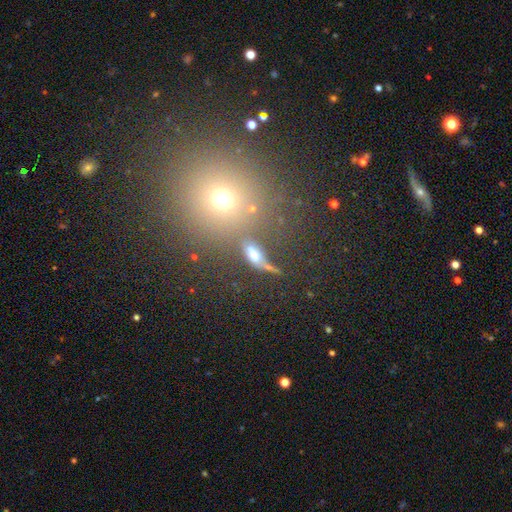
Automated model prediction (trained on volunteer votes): Smooth or featured? smooth (51%)
How rounded? in between (56%)
Merging? none (53%)